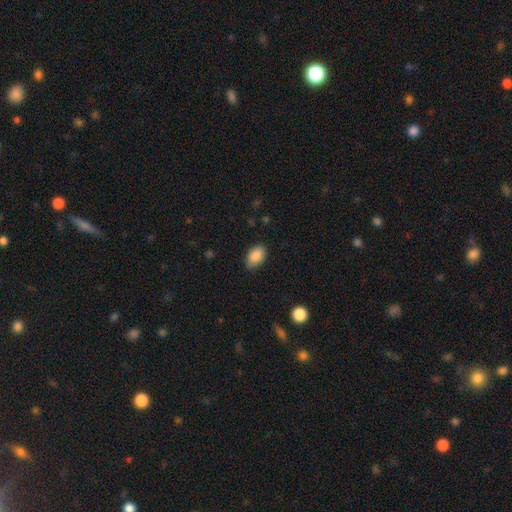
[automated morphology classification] Overall: smooth (88%). How rounded: in between (92%). Merging: none (85%).